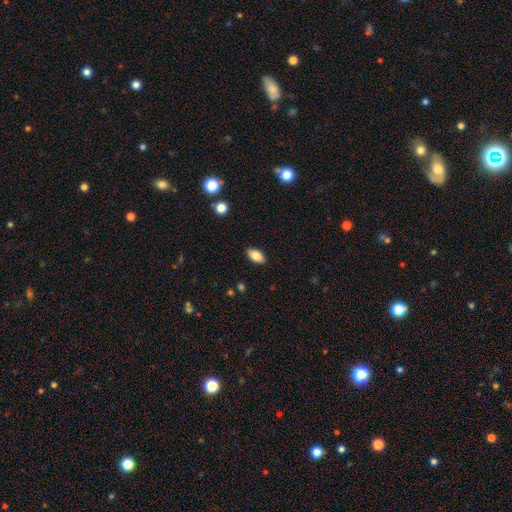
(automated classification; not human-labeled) Smooth or featured?
  - smooth: 83% *
  - featured or disk: 9%
  - star or artifact: 8%
How rounded?
  - in between: 92% *
  - cigar-shaped: 4%
  - round: 4%
Merging?
  - none: 89% *
  - minor disturbance: 8%
  - major disturbance: 2%
  - merger: 1%